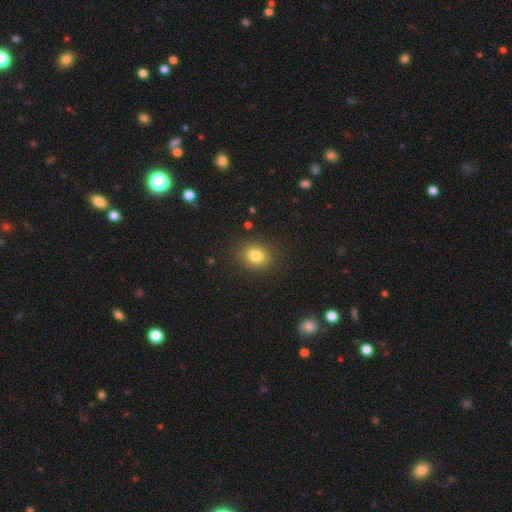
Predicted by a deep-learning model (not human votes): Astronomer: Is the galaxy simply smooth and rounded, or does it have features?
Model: smooth — 82%.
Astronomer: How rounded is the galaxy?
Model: round — 59% (runner-up: in between, 40%).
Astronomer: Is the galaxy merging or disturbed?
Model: none — 87%.